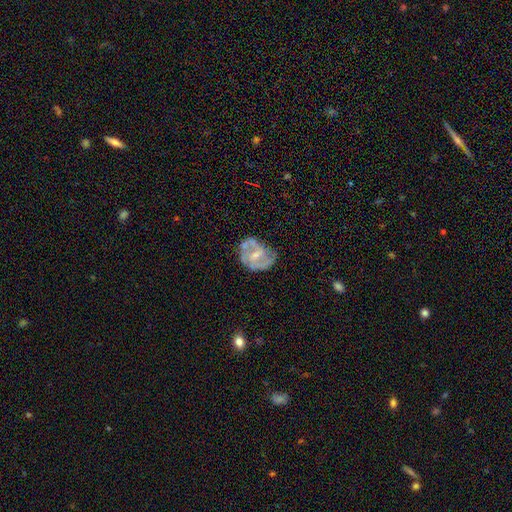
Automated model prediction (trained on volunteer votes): Smooth or featured? Predicted: featured or disk (p=0.73). Edge-on disk? Predicted: no (p=0.98). Bar? Predicted: weak (p=0.49). Spiral arms? Predicted: yes (p=0.72). Spiral winding? Predicted: medium (p=0.46). Spiral arm count? Predicted: 2 (p=0.54). Bulge size? Predicted: small (p=0.49). Merging? Predicted: none (p=0.48).